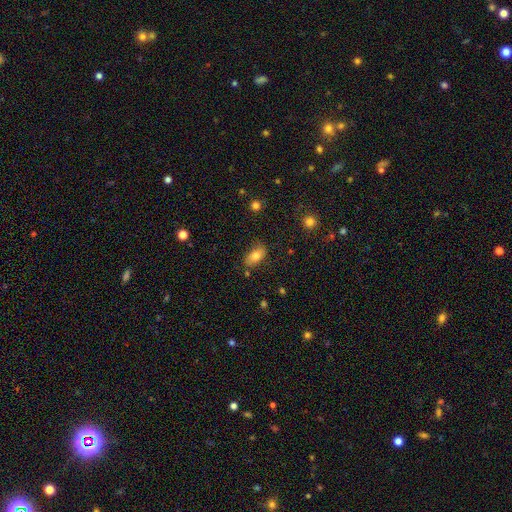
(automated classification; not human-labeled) Smooth or featured?
  - smooth: 78% *
  - featured or disk: 14%
  - star or artifact: 9%
How rounded?
  - in between: 90% *
  - round: 6%
  - cigar-shaped: 4%
Merging?
  - none: 75% *
  - minor disturbance: 18%
  - major disturbance: 4%
  - merger: 3%